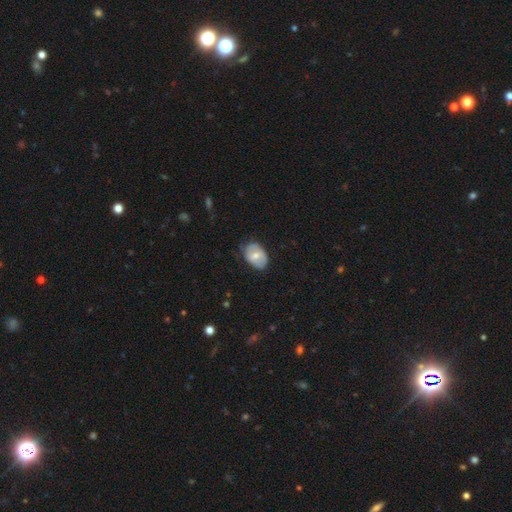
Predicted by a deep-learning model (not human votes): This is possibly a smooth galaxy (57%). How rounded: likely in between (80%). Merging: likely none (64%).